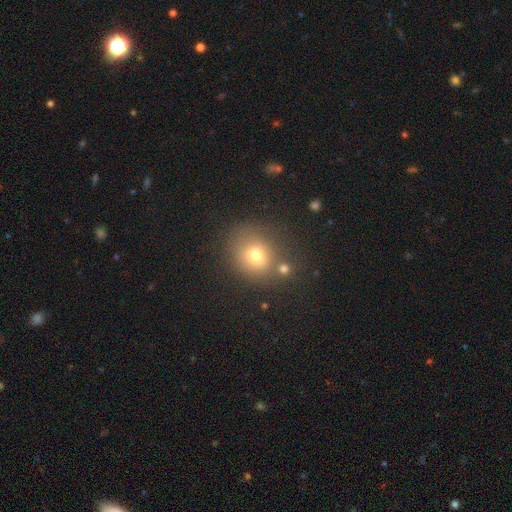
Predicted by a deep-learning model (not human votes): Morphology: type=smooth (72%); roundness=round (75%); merging=none (65%).